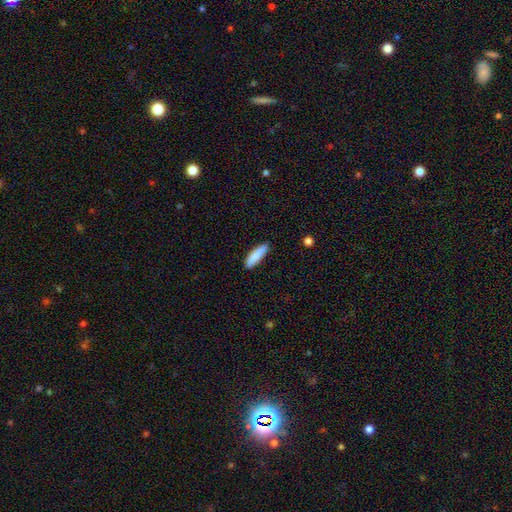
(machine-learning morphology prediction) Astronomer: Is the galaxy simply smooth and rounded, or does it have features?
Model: smooth — 87%.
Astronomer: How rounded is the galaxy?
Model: cigar-shaped — 70%.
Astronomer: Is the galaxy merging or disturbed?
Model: none — 86%.